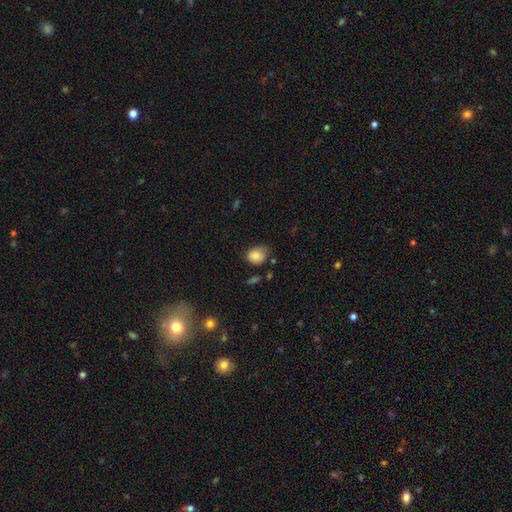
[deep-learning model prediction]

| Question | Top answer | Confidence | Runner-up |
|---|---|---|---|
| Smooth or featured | smooth | 82% | star or artifact (9%) |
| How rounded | round | 64% | in between (35%) |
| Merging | none | 57% | minor disturbance (32%) |